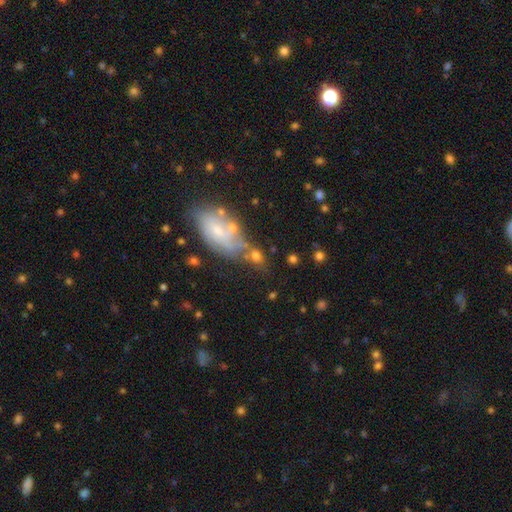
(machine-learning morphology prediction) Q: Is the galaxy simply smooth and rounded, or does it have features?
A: smooth — 63%.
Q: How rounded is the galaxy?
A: in between — 61%.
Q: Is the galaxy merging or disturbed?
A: none — 48%.